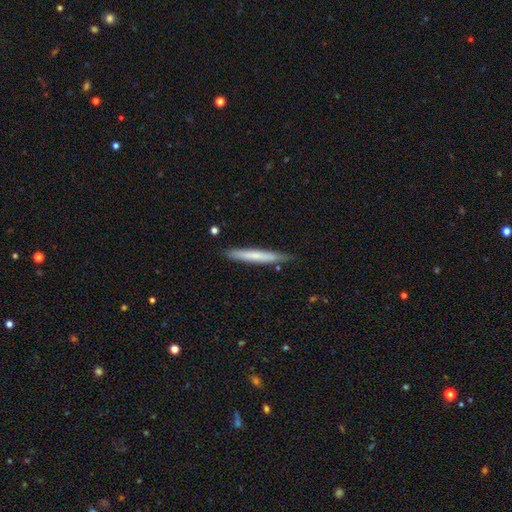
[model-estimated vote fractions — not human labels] Smooth or featured: smooth — 64% (featured or disk — 30%)
How rounded: cigar-shaped — 96% (in between — 3%)
Merging: none — 86% (minor disturbance — 11%)